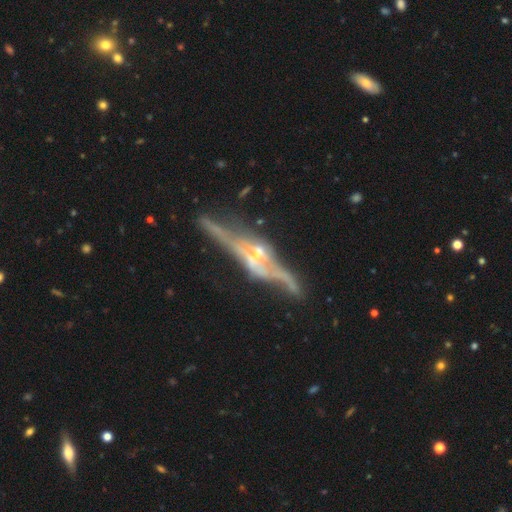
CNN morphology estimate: Smooth or featured? Predicted: featured or disk (p=0.87). Edge-on disk? Predicted: yes (p=0.76). Edge-on bulge? Predicted: rounded (p=0.75). Merging? Predicted: none (p=0.53).